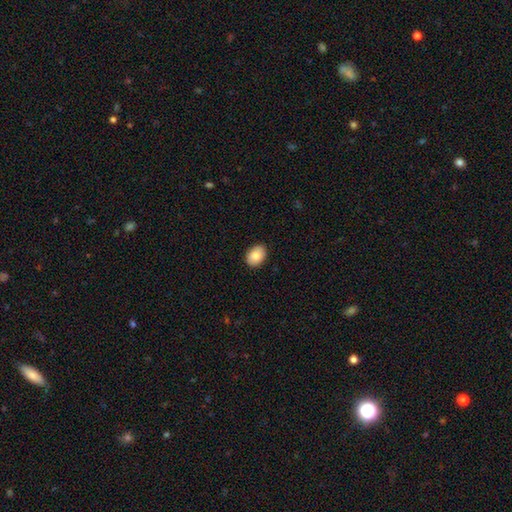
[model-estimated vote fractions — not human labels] Smooth or featured? Predicted: smooth (p=0.86). How rounded? Predicted: in between (p=0.78). Merging? Predicted: none (p=0.89).